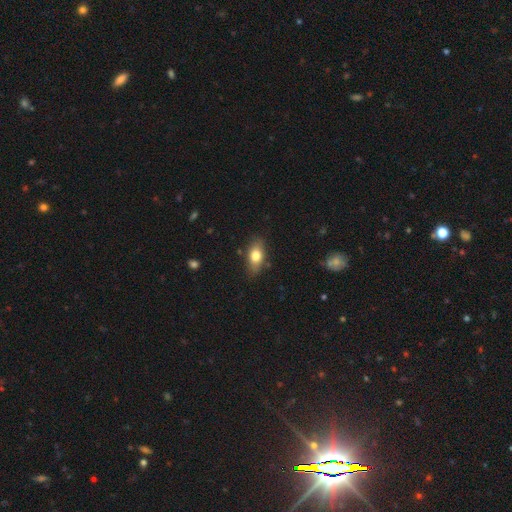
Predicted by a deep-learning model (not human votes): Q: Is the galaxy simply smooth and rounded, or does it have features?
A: smooth — 75%.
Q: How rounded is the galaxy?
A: in between — 84%.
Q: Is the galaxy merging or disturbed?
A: none — 80%.